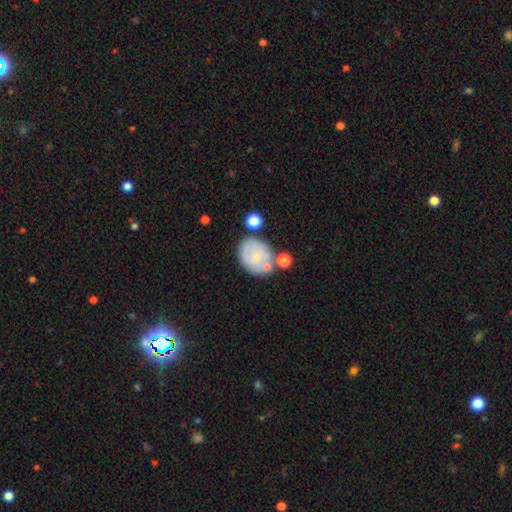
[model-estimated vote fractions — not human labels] Smooth or featured: smooth — 53% (featured or disk — 40%)
How rounded: round — 53% (in between — 46%)
Merging: none — 59% (minor disturbance — 21%)